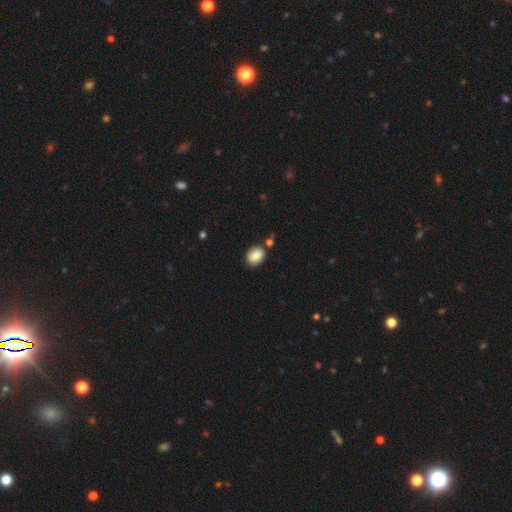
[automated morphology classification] Smooth or featured: smooth — 86% (star or artifact — 8%)
How rounded: in between — 70% (round — 29%)
Merging: none — 73% (minor disturbance — 15%)